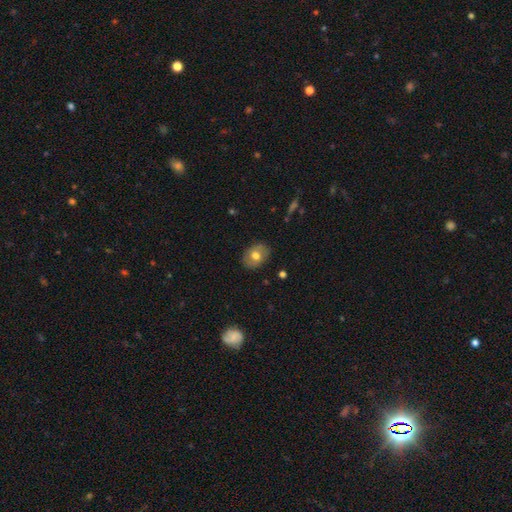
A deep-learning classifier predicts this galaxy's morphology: The model was most divided on "how rounded": in between: 68%, round: 31%, cigar-shaped: 1%. More confident: merging — none (85%); smooth or featured — smooth (68%).